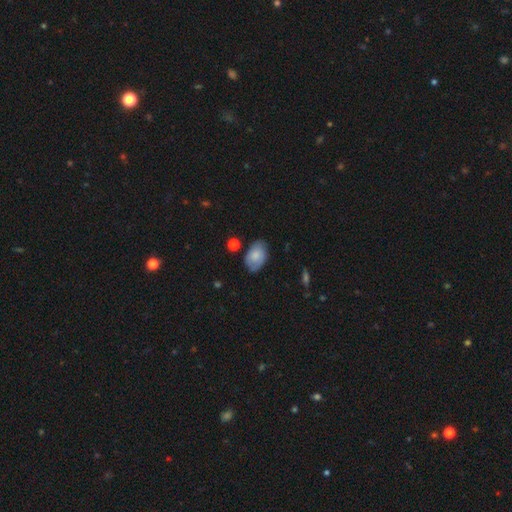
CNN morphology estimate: Smooth or featured? Predicted: smooth (p=0.78). How rounded? Predicted: in between (p=0.89). Merging? Predicted: none (p=0.75).